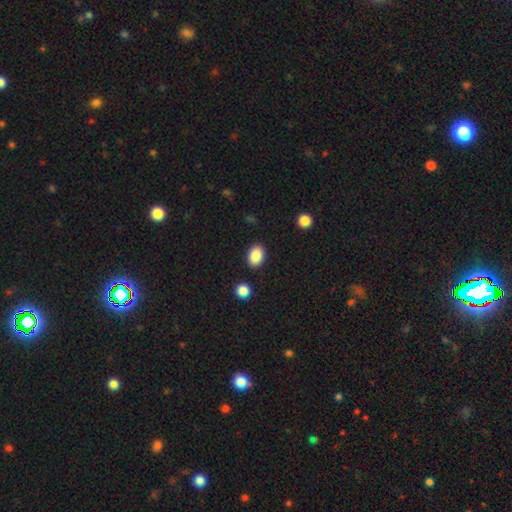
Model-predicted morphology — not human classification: Q: Smooth or featured?
A: smooth (88%); runner-up: star or artifact (8%)
Q: How rounded?
A: in between (81%); runner-up: round (18%)
Q: Merging?
A: none (88%); runner-up: minor disturbance (8%)